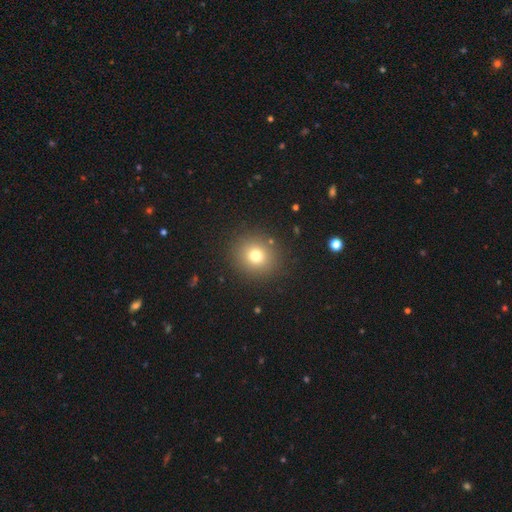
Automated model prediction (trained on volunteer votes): smooth 74%, star or artifact 15%, featured or disk 10%. Down the decision tree: how rounded — round (87%); merging — none (89%).